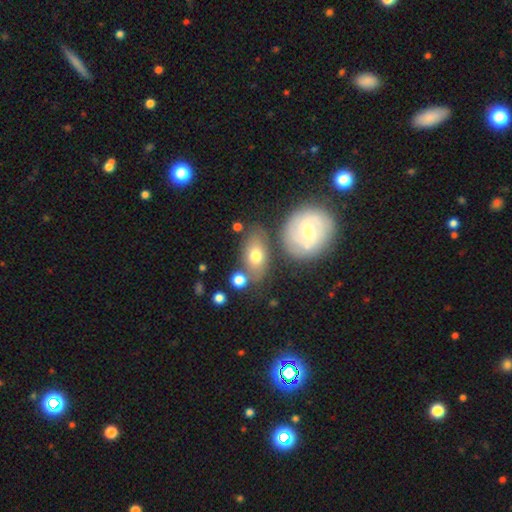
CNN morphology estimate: Smooth or featured?
  - smooth: 68% *
  - featured or disk: 23%
  - star or artifact: 9%
How rounded?
  - in between: 83% *
  - round: 14%
  - cigar-shaped: 3%
Merging?
  - none: 61% *
  - merger: 17%
  - minor disturbance: 16%
  - major disturbance: 6%